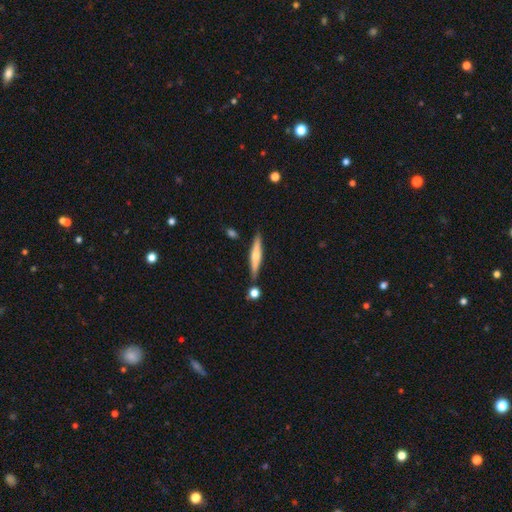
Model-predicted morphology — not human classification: A featured or disk galaxy (49%).

Vote fractions:
- Smooth or featured? featured or disk: 49% / smooth: 45% / star or artifact: 6%
- Merging? none: 80% / minor disturbance: 11% / merger: 6% / major disturbance: 2%